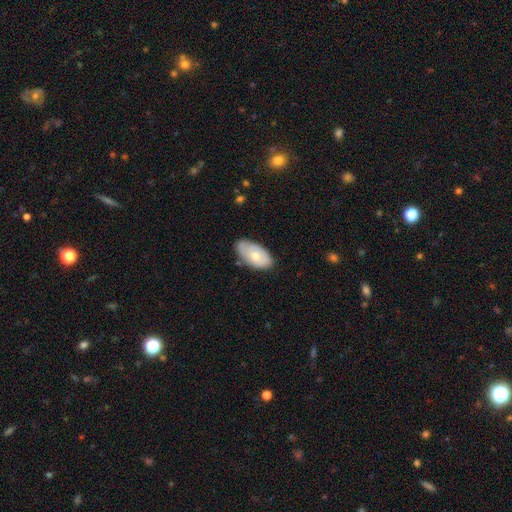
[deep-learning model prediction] Smooth or featured? Predicted: smooth (p=0.60). How rounded? Predicted: in between (p=0.94). Merging? Predicted: none (p=0.68).